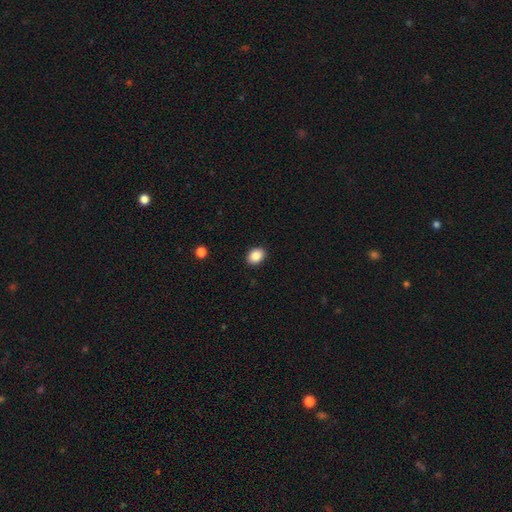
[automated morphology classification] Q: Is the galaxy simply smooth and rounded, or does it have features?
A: smooth — 88%.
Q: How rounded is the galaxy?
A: in between — 65%.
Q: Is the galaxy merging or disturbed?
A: none — 91%.